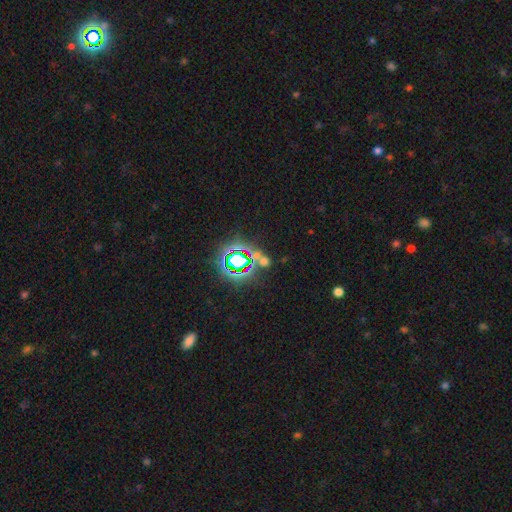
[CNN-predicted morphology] This is likely a star or artifact rather than a galaxy (68%).